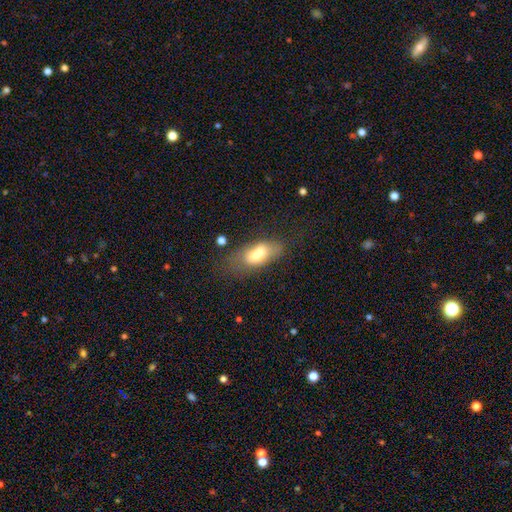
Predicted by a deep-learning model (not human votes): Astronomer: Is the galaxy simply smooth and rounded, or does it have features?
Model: smooth — 59%.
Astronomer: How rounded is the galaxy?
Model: in between — 77%.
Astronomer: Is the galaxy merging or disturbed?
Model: none — 39% (runner-up: merger, 32%).